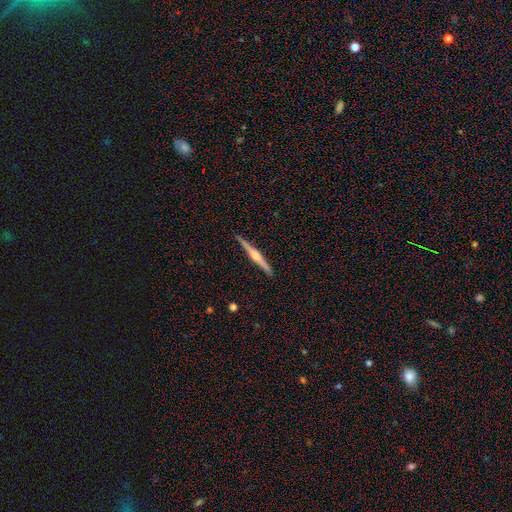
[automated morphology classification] smooth_or_featured: featured or disk (p=0.73) [alt: smooth p=0.21]
disk_edge_on: yes (p=0.99) [alt: no p=0.01]
edge_on_bulge: rounded (p=0.74) [alt: boxy p=0.16]
merging: none (p=0.92) [alt: minor disturbance p=0.06]